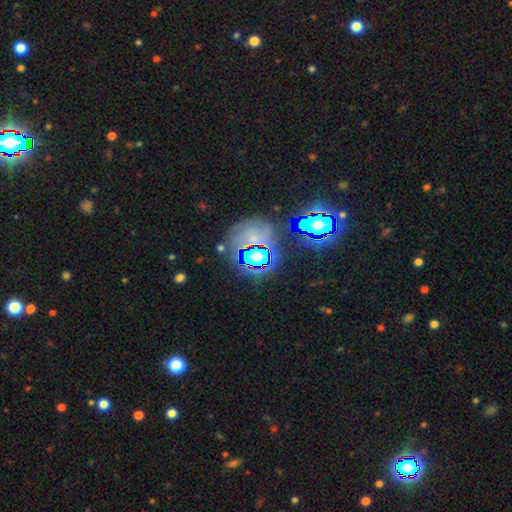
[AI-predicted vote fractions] smooth_or_featured: star or artifact (p=0.56) [alt: smooth p=0.26]